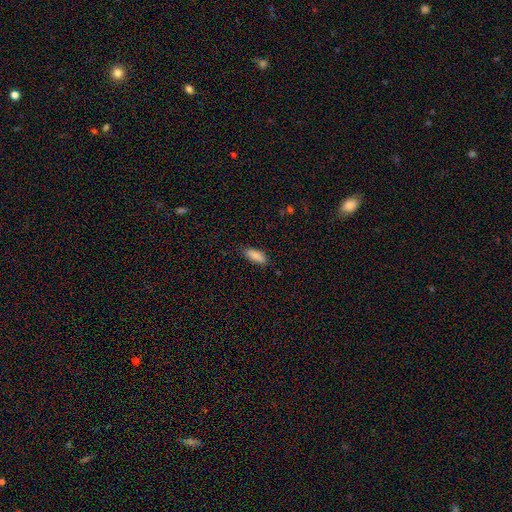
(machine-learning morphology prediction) smooth_or_featured: smooth (p=0.88) [alt: star or artifact p=0.07]
how_rounded: in between (p=0.67) [alt: cigar-shaped p=0.31]
merging: none (p=0.82) [alt: minor disturbance p=0.14]